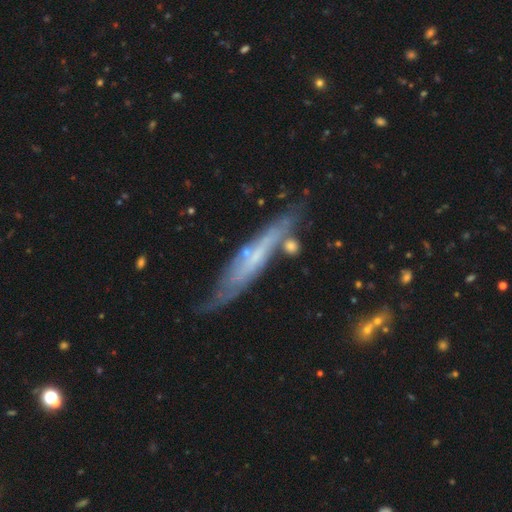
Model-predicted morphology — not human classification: smooth-or-featured: featured or disk: 66% | smooth: 26% | star or artifact: 7%
  disk-edge-on: yes: 67% | no: 33%
  merging: none: 66% | minor disturbance: 23% | major disturbance: 7% | merger: 5%